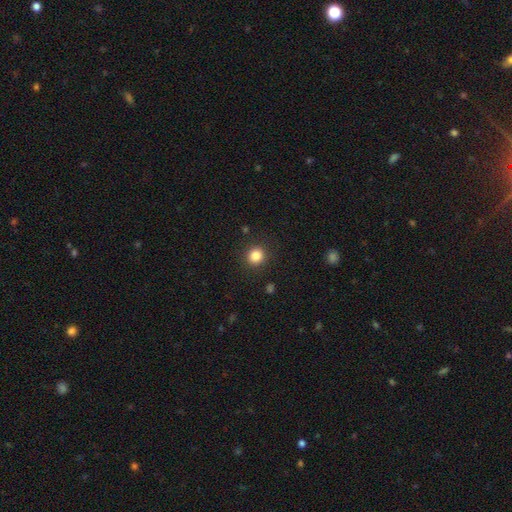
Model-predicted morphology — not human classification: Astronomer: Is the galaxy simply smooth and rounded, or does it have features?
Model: smooth — 85%.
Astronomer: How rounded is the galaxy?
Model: round — 90%.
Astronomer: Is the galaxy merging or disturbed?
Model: none — 91%.